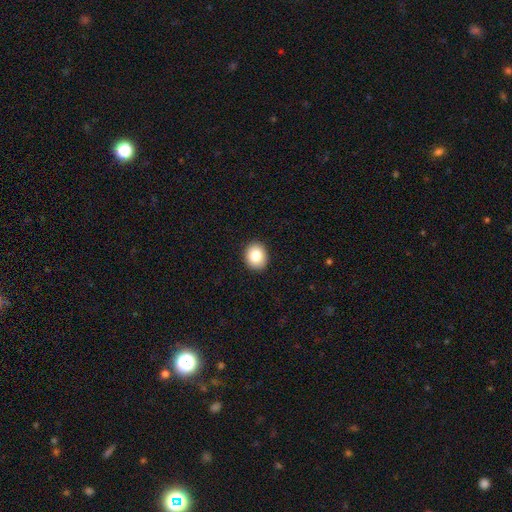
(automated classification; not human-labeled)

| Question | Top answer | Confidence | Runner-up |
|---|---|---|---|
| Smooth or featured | smooth | 85% | star or artifact (8%) |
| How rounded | round | 56% | in between (43%) |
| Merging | none | 91% | minor disturbance (6%) |